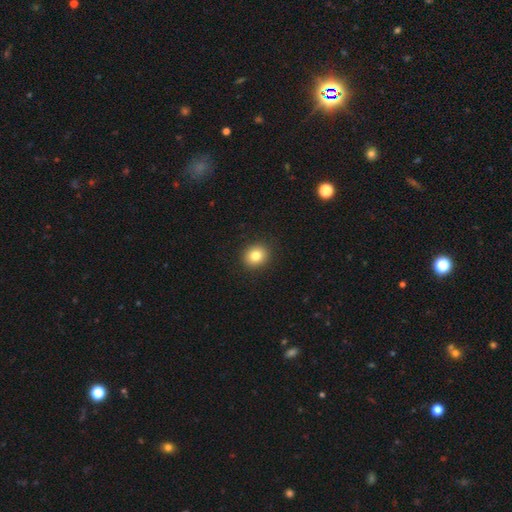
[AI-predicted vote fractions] Smooth or featured?
  - smooth: 82% *
  - star or artifact: 10%
  - featured or disk: 8%
How rounded?
  - round: 75% *
  - in between: 24%
  - cigar-shaped: 1%
Merging?
  - none: 92% *
  - minor disturbance: 5%
  - major disturbance: 2%
  - merger: 1%